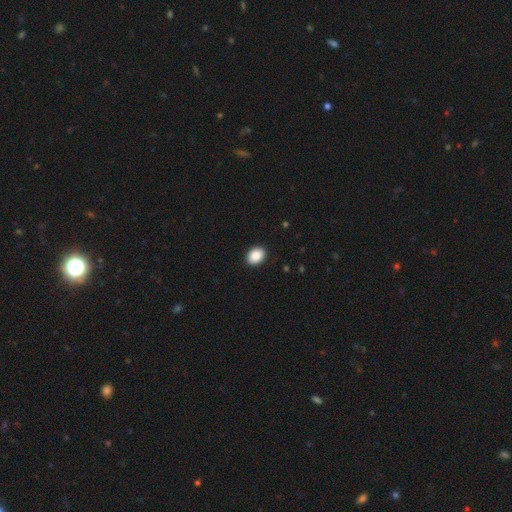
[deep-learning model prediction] smooth_or_featured: smooth (p=0.89) [alt: star or artifact p=0.08]
how_rounded: in between (p=0.66) [alt: round p=0.33]
merging: none (p=0.91) [alt: minor disturbance p=0.06]